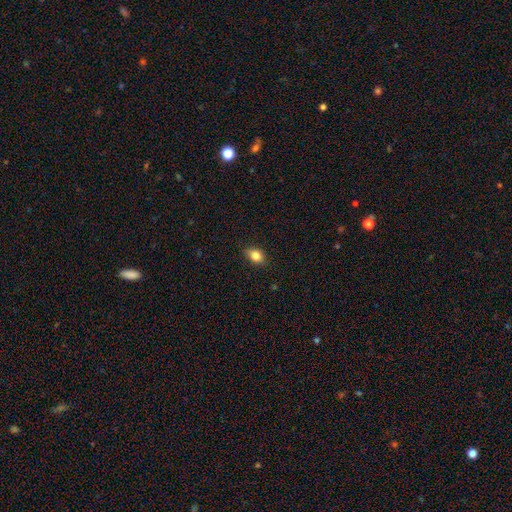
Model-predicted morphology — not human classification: Q: Smooth or featured?
A: smooth (84%); runner-up: star or artifact (9%)
Q: How rounded?
A: in between (71%); runner-up: round (27%)
Q: Merging?
A: none (81%); runner-up: minor disturbance (15%)